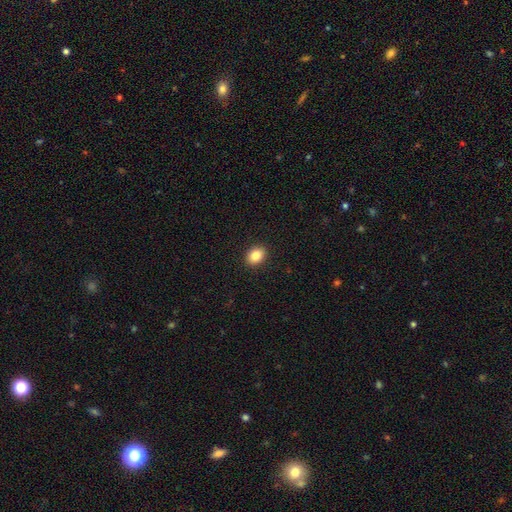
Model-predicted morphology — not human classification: smooth_or_featured: smooth (p=0.86) [alt: star or artifact p=0.09]
how_rounded: in between (p=0.66) [alt: round p=0.33]
merging: none (p=0.91) [alt: minor disturbance p=0.06]